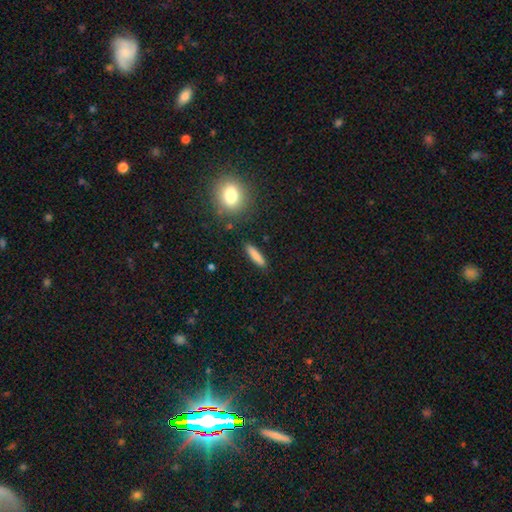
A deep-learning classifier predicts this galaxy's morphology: Smooth or featured? Predicted: smooth (p=0.83). How rounded? Predicted: cigar-shaped (p=0.81). Merging? Predicted: none (p=0.88).